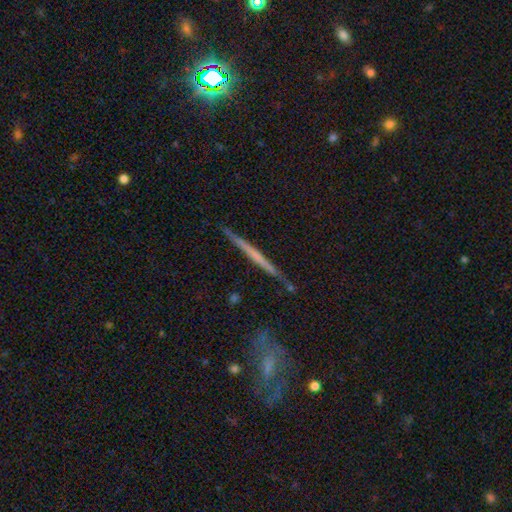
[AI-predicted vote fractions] This appears to be a featured or disk galaxy (59%) viewed edge-on (97%) with no central bulge (82%). Merging: none (85%).